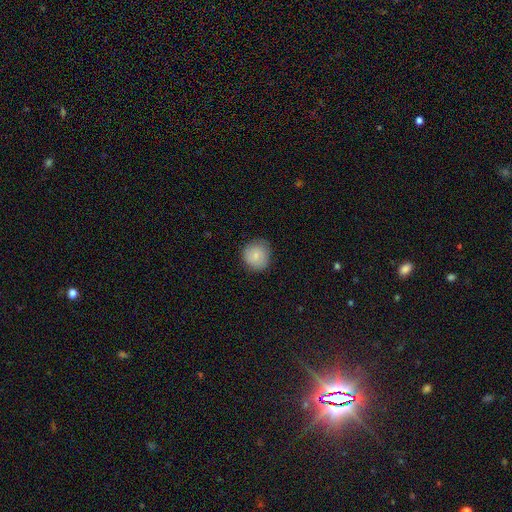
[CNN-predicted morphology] A smooth galaxy with no disk features (82%) that is round (87%). Merging: none (78%).